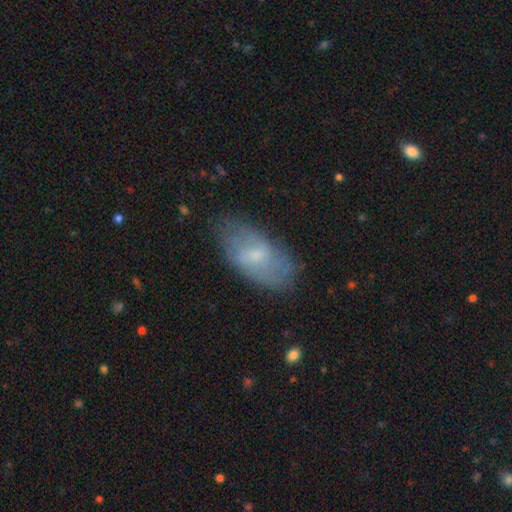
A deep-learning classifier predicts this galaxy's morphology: Smooth or featured: featured or disk — 47% (smooth — 46%)
Merging: none — 70% (minor disturbance — 22%)